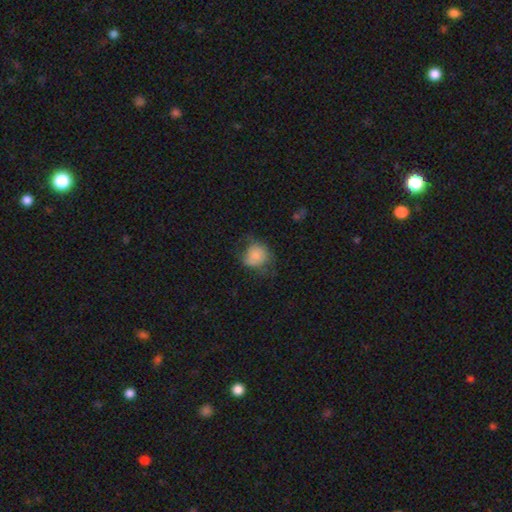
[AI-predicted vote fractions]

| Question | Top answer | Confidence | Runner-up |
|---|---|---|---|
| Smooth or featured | smooth | 74% | featured or disk (17%) |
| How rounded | round | 72% | in between (27%) |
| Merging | none | 46% | minor disturbance (31%) |